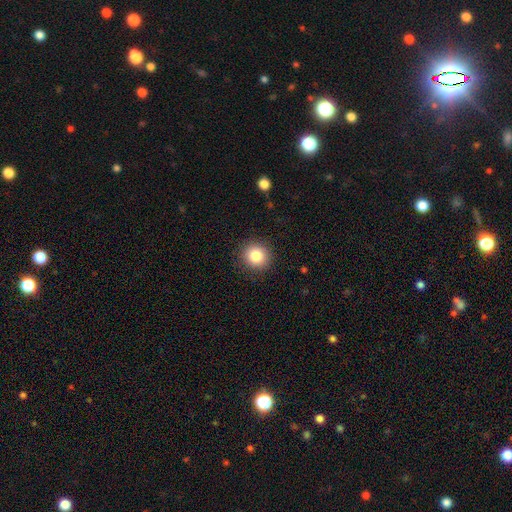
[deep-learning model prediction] smooth_or_featured: smooth (p=0.83) [alt: star or artifact p=0.10]
how_rounded: round (p=0.91) [alt: in between p=0.08]
merging: none (p=0.91) [alt: minor disturbance p=0.06]